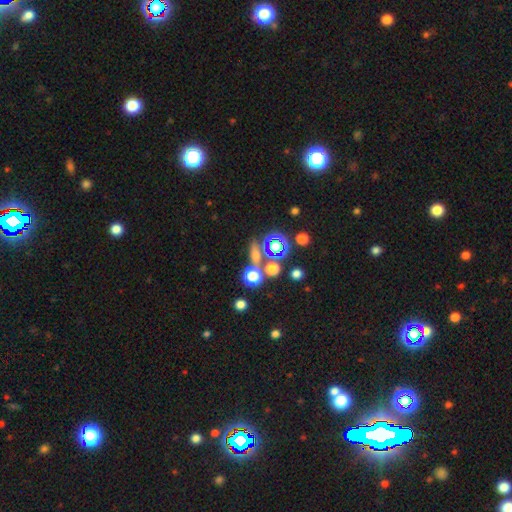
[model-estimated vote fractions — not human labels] Overall: smooth (49%; star or artifact 38%). Merging: none (59%; merger 26%).